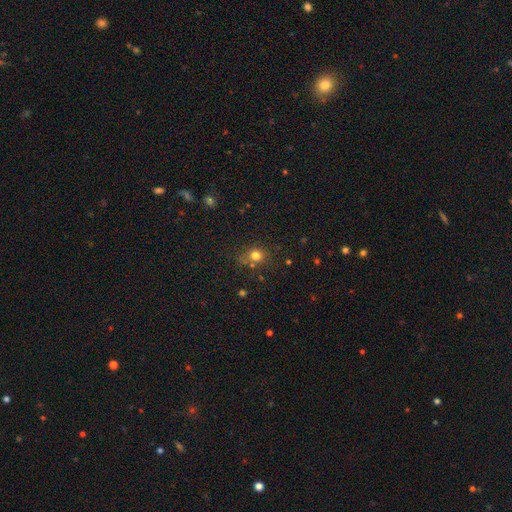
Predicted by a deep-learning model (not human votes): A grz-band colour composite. It shows a smooth galaxy with no disk features (75%) that is round (81%). Merging: none (71%).